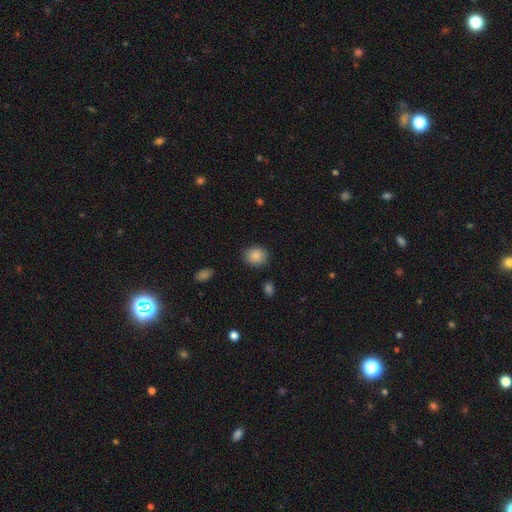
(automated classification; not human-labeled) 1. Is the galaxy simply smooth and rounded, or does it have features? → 87% smooth, 8% star or artifact, 4% featured or disk.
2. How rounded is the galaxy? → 73% round, 26% in between, 1% cigar-shaped.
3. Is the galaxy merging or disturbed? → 86% none, 9% minor disturbance, 3% major disturbance, 2% merger.